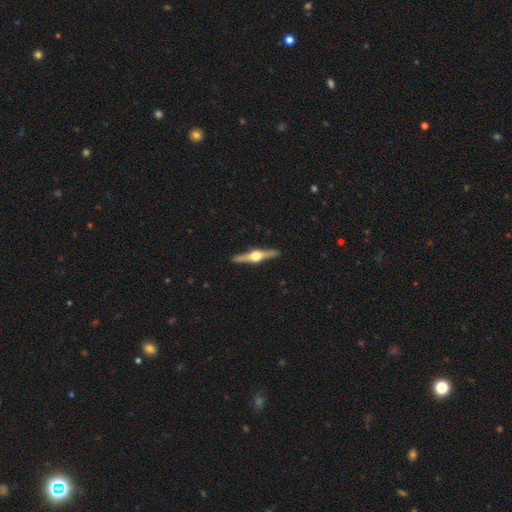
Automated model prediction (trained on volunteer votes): A featured or disk galaxy (81%) viewed edge-on (98%) with a rounded central bulge (96%). Merging: none (92%).